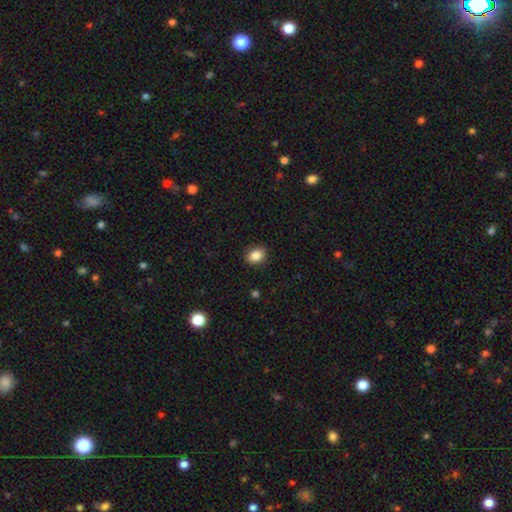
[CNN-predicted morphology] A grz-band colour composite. It shows a smooth galaxy with no disk features (86%) that is in between round and cigar-shaped (52%). Merging: none (88%).